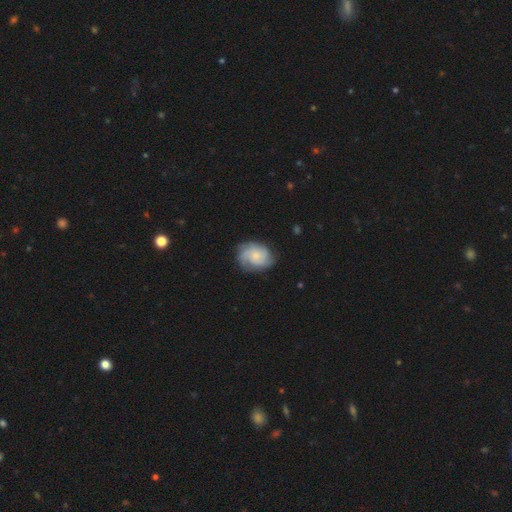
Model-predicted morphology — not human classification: Q: Smooth or featured?
A: featured or disk (65%); runner-up: smooth (28%)
Q: Edge-on disk?
A: no (98%); runner-up: yes (2%)
Q: Bar?
A: no (77%); runner-up: weak (21%)
Q: Spiral arms?
A: yes (93%); runner-up: no (7%)
Q: Spiral winding?
A: tight (52%); runner-up: medium (36%)
Q: Spiral arm count?
A: 3 (31%); runner-up: can't tell (27%)
Q: Bulge size?
A: small (65%); runner-up: moderate (24%)
Q: Merging?
A: none (72%); runner-up: minor disturbance (19%)